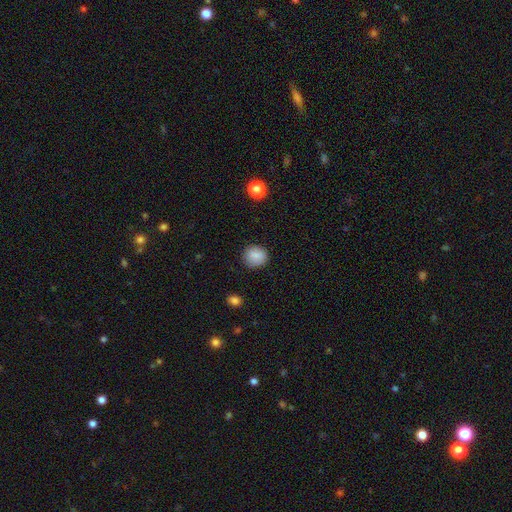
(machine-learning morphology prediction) smooth 86%, star or artifact 9%, featured or disk 5%. Down the decision tree: how rounded — round (84%); merging — none (86%).